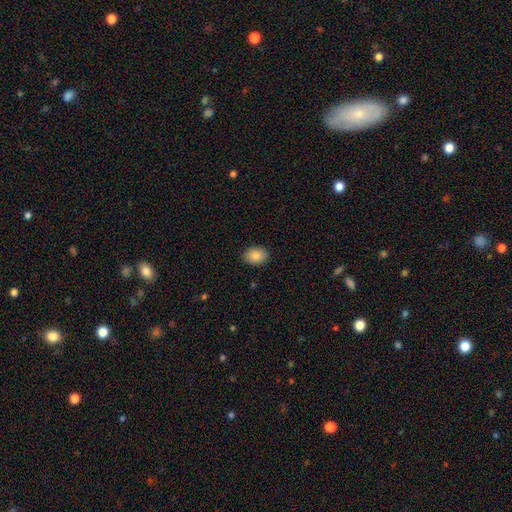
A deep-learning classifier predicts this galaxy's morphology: A smooth galaxy with no disk features (86%) that is in between round and cigar-shaped (74%).

Vote fractions:
- Smooth or featured? smooth: 86% / star or artifact: 8% / featured or disk: 6%
- How rounded? in between: 74% / round: 25% / cigar-shaped: 1%
- Merging? none: 90% / minor disturbance: 8% / major disturbance: 2% / merger: 1%